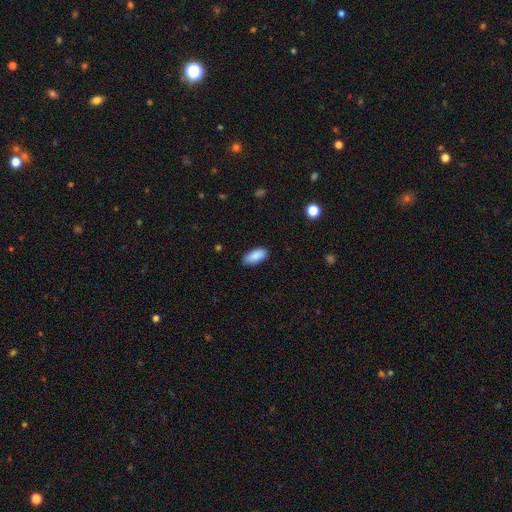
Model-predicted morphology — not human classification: Smooth or featured?
  - smooth: 89% *
  - star or artifact: 6%
  - featured or disk: 5%
How rounded?
  - in between: 89% *
  - cigar-shaped: 9%
  - round: 2%
Merging?
  - none: 84% *
  - minor disturbance: 13%
  - major disturbance: 2%
  - merger: 1%